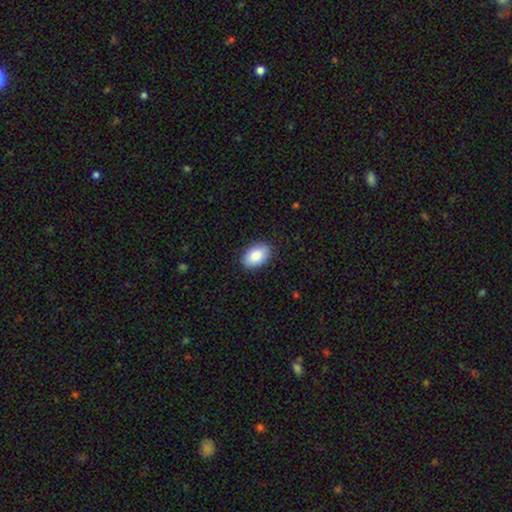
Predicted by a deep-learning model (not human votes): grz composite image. It shows a smooth galaxy with no disk features (87%) that is in between round and cigar-shaped (92%). Merging: none (88%).